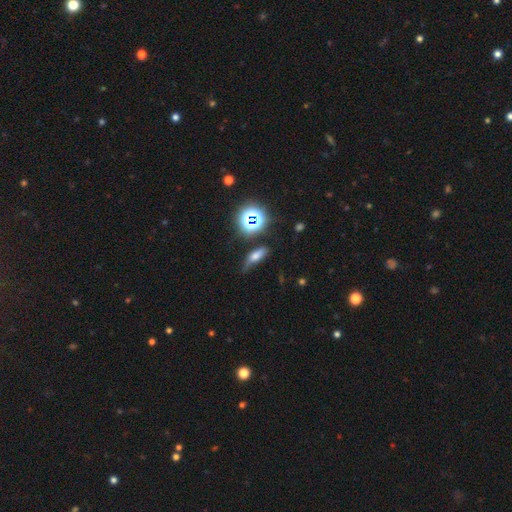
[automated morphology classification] Smooth or featured? Predicted: smooth (p=0.62). How rounded? Predicted: in between (p=0.58). Merging? Predicted: none (p=0.57).